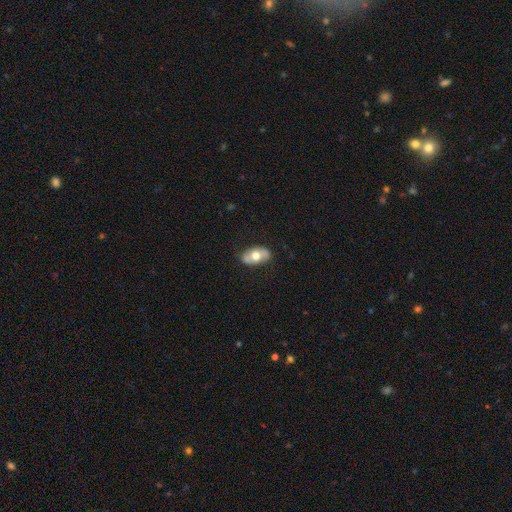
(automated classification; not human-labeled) A smooth galaxy with no disk features (52%) that is in between round and cigar-shaped (89%). Merging: none (80%).